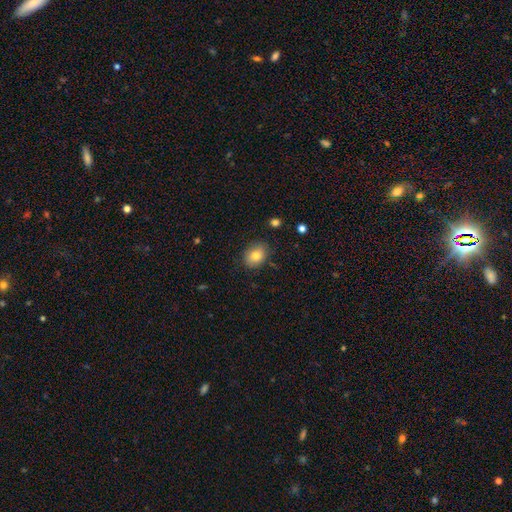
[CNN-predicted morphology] This appears to be a smooth galaxy with no disk features (82%) that is in between round and cigar-shaped (66%). Merging: none (82%).